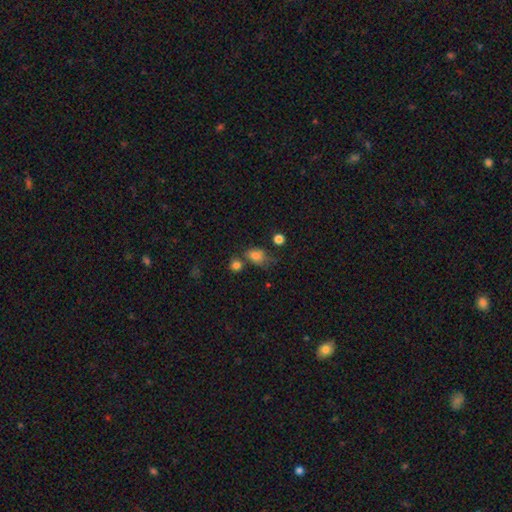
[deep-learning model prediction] Q: Smooth or featured?
A: smooth (78%); runner-up: star or artifact (13%)
Q: How rounded?
A: in between (66%); runner-up: round (33%)
Q: Merging?
A: none (47%); runner-up: minor disturbance (26%)